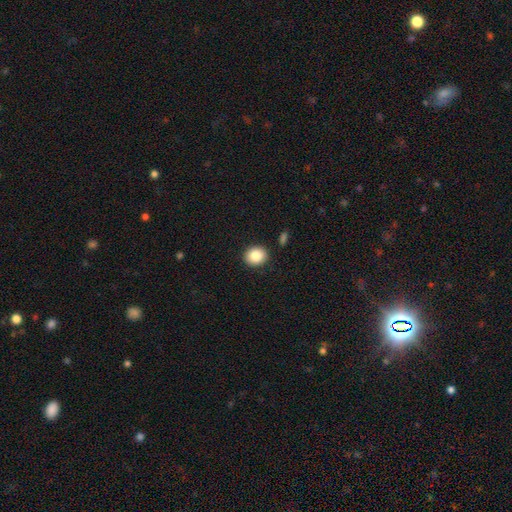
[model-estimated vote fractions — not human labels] Smooth or featured: smooth — 85% (star or artifact — 8%)
How rounded: round — 75% (in between — 24%)
Merging: none — 90% (minor disturbance — 6%)